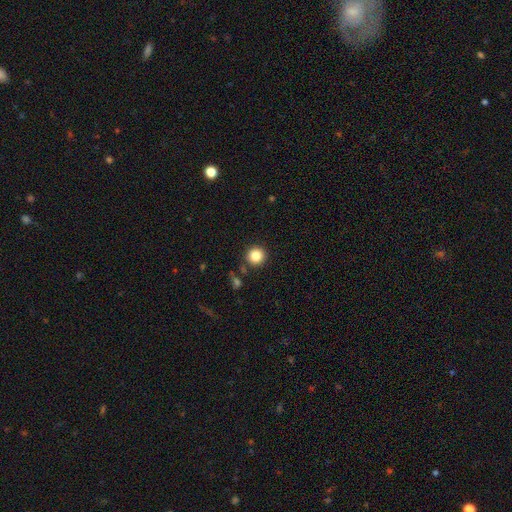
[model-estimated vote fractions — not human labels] smooth 84%, star or artifact 11%, featured or disk 5%. Down the decision tree: how rounded — round (95%); merging — none (89%).